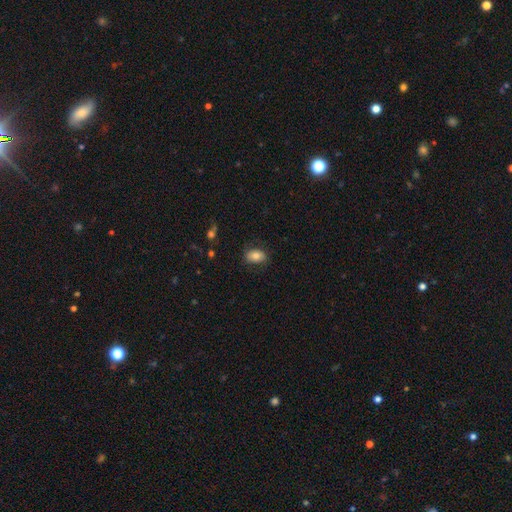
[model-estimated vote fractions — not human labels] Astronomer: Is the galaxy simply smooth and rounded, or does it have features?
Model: smooth — 79%.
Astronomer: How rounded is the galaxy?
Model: in between — 84%.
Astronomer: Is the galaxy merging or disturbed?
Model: none — 77%.